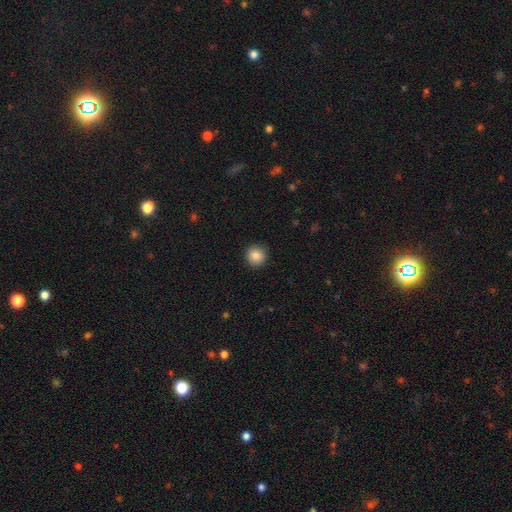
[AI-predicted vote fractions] This appears to be a smooth galaxy with no disk features (87%) that is round (93%). Merging: none (91%).